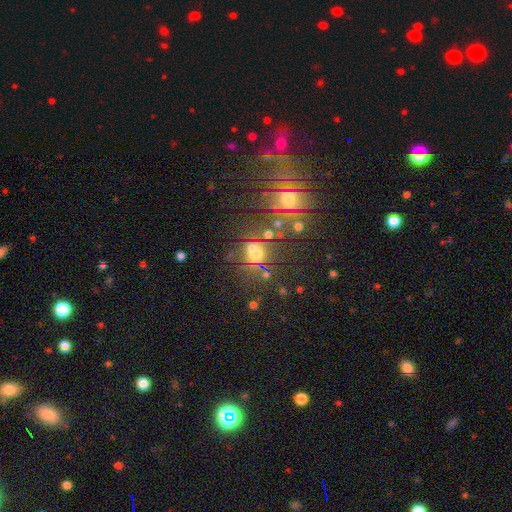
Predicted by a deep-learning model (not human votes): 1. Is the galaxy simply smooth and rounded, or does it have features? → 50% smooth, 34% star or artifact, 16% featured or disk.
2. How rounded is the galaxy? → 68% round, 30% in between, 2% cigar-shaped.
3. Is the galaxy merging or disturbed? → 55% none, 20% merger, 15% minor disturbance, 10% major disturbance.